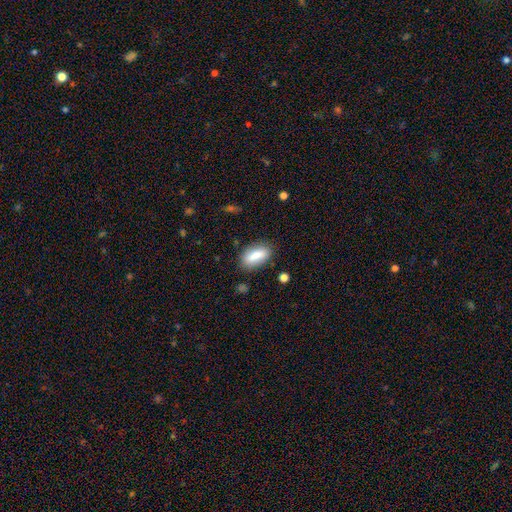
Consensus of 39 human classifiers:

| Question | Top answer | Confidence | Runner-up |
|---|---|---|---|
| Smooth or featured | smooth | 90% | featured or disk (8%) |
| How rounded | in between | 86% | cigar-shaped (14%) |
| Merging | none | 74% | minor disturbance (18%) |